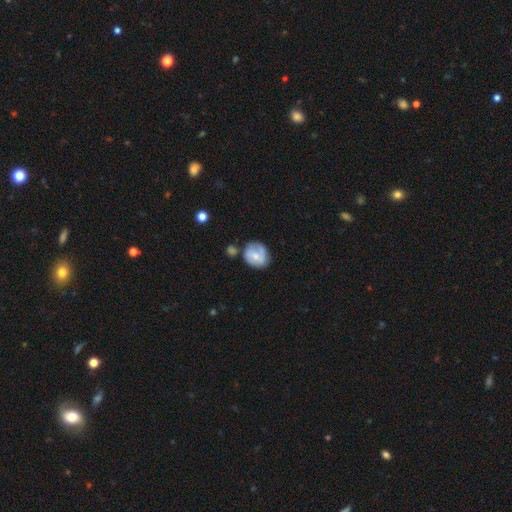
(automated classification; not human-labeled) A smooth galaxy with no disk features (49%). Merging: none (54%).